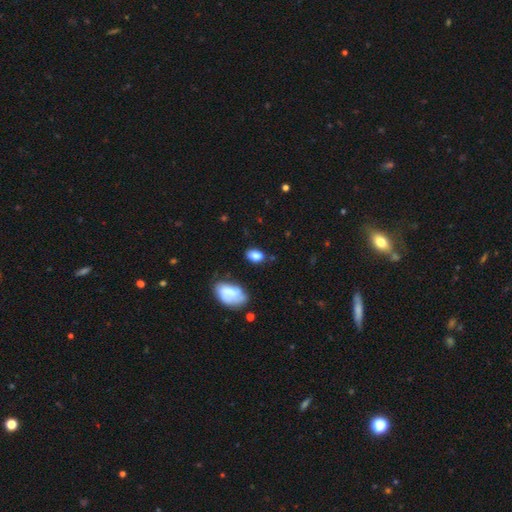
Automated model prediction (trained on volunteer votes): A smooth galaxy with no disk features (83%) that is in between round and cigar-shaped (85%). Merging: none (71%).